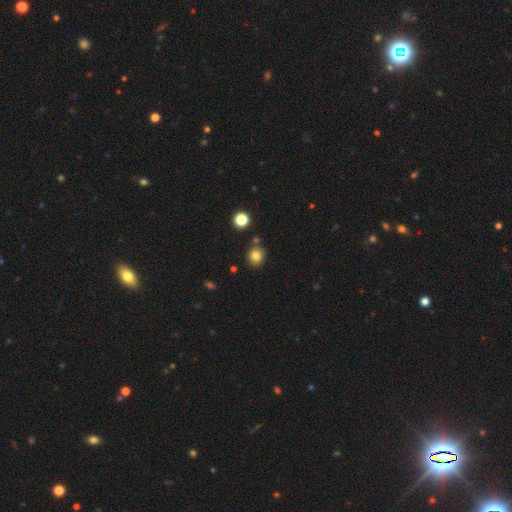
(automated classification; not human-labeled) This is clearly a smooth galaxy (81%). How rounded: likely round (79%). Merging: clearly none (80%).